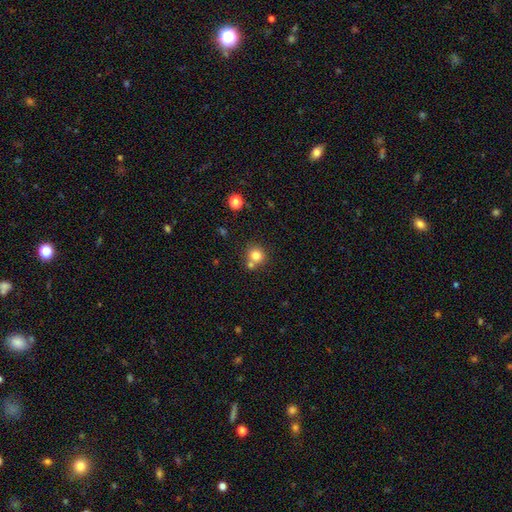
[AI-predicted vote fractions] smooth 79%, star or artifact 12%, featured or disk 8%. Down the decision tree: how rounded — round (87%); merging — none (61%).